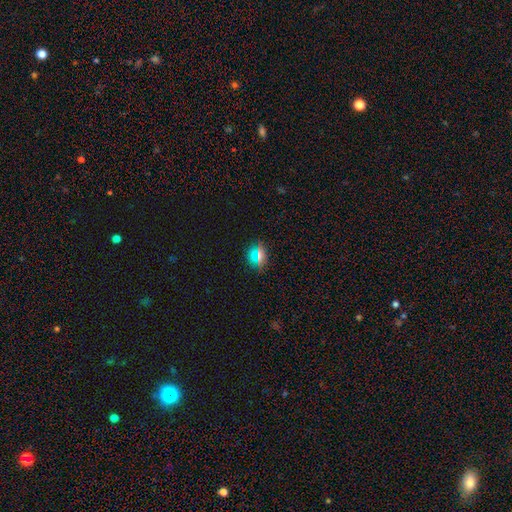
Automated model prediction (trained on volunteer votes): smooth_or_featured: smooth (p=0.66) [alt: star or artifact p=0.26]
how_rounded: round (p=0.72) [alt: in between p=0.24]
merging: none (p=0.86) [alt: minor disturbance p=0.09]